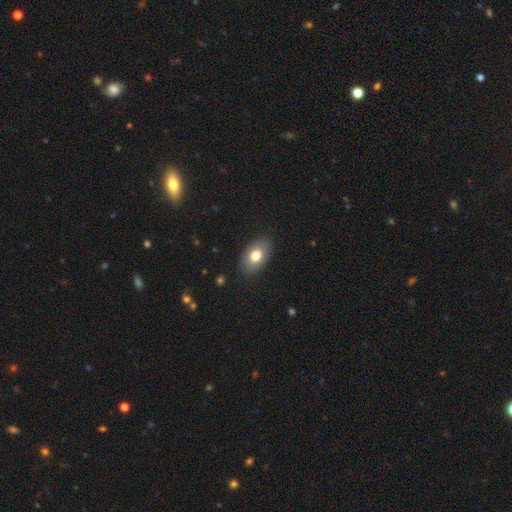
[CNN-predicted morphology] Smooth or featured: smooth — 75% (featured or disk — 17%)
How rounded: in between — 90% (round — 9%)
Merging: none — 86% (minor disturbance — 10%)